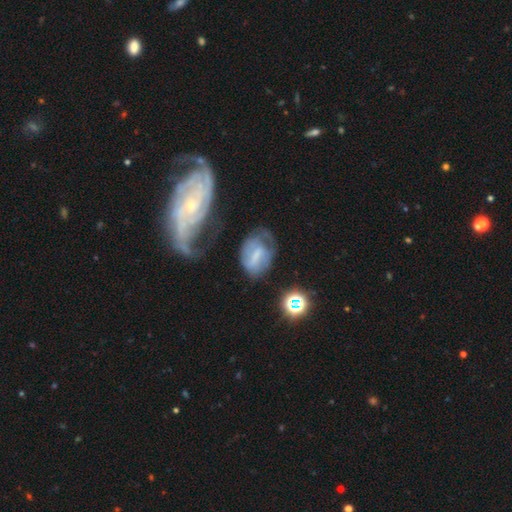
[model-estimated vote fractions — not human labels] A featured or disk galaxy (57%) with a weak bar (45%), spiral arms (74%) and no central bulge (38%). Merging: none (42%).